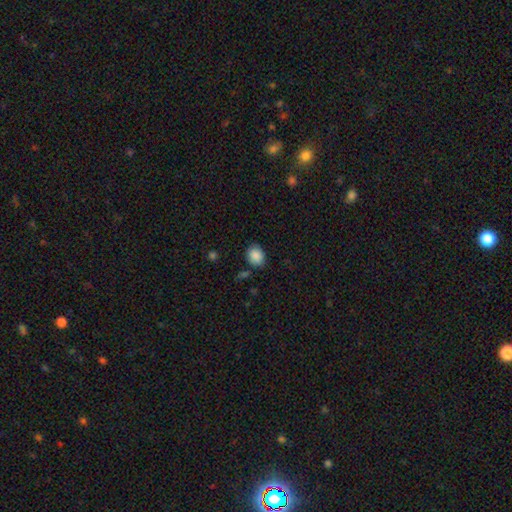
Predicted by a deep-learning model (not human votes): smooth_or_featured: smooth (p=0.88) [alt: star or artifact p=0.08]
how_rounded: in between (p=0.54) [alt: round p=0.46]
merging: none (p=0.79) [alt: minor disturbance p=0.15]